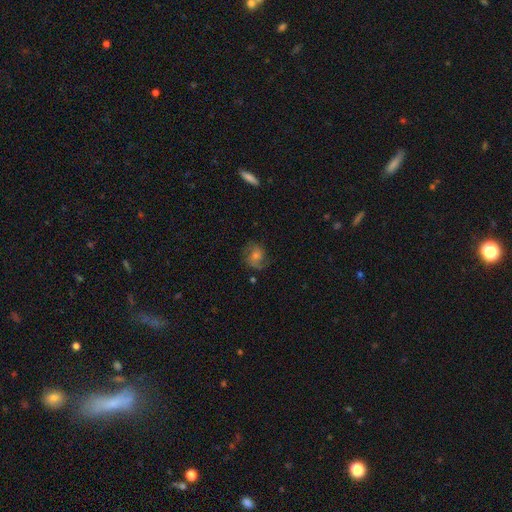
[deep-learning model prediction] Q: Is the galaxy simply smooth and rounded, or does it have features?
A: featured or disk — 63%.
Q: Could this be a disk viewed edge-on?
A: no — 97%.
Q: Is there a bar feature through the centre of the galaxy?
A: no — 64%.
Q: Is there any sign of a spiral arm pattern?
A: yes — 91%.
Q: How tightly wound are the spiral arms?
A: medium — 48%.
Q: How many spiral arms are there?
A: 2 — 73%.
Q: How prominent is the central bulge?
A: moderate — 49%.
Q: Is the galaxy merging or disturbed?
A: none — 74%.